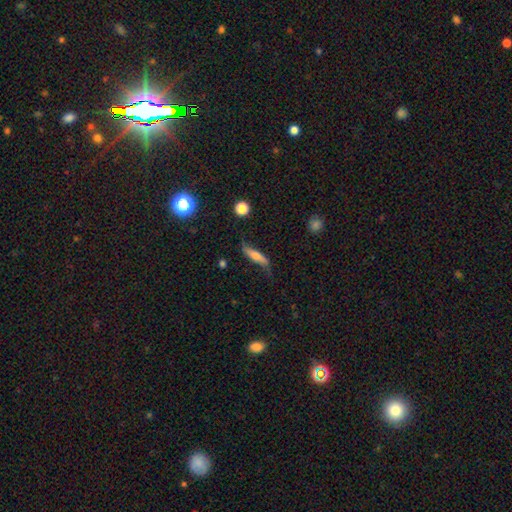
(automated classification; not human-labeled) Smooth or featured? featured or disk (48%)
Merging? none (61%)